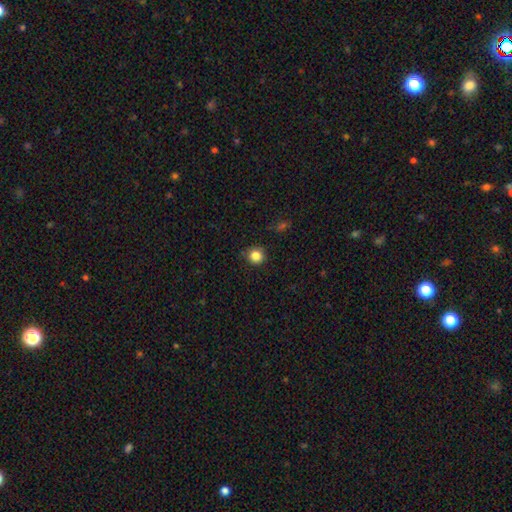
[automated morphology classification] Smooth or featured?
  - smooth: 84% *
  - star or artifact: 11%
  - featured or disk: 4%
How rounded?
  - round: 91% *
  - in between: 8%
  - cigar-shaped: 1%
Merging?
  - none: 86% *
  - minor disturbance: 10%
  - major disturbance: 2%
  - merger: 1%